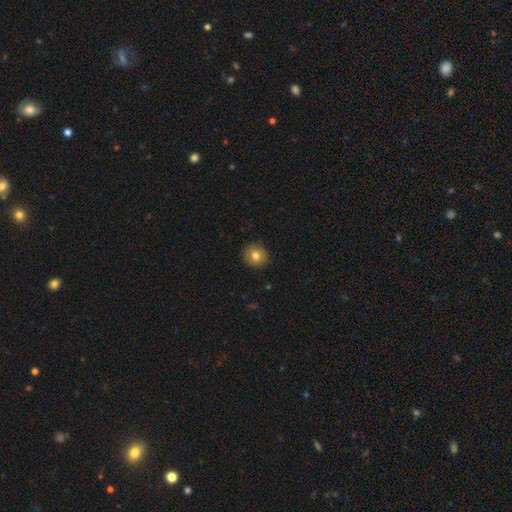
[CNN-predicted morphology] A smooth galaxy with no disk features (77%) that is round (91%). Merging: none (91%).